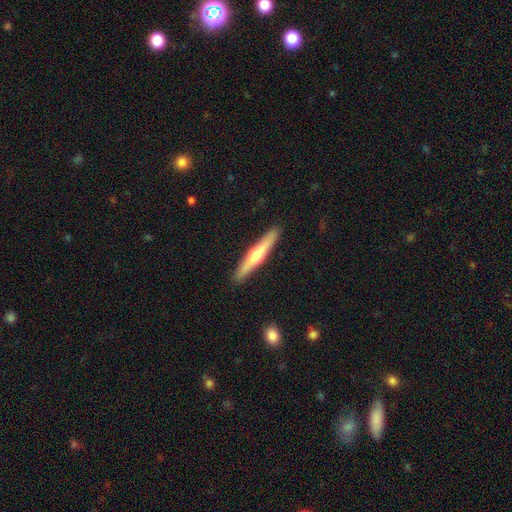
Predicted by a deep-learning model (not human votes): smooth-or-featured: featured or disk: 58% | smooth: 36% | star or artifact: 5%
  disk-edge-on: yes: 95% | no: 5%
    edge-on-bulge: rounded: 88% | none: 8% | boxy: 4%
  merging: none: 91% | minor disturbance: 7% | major disturbance: 1% | merger: 1%